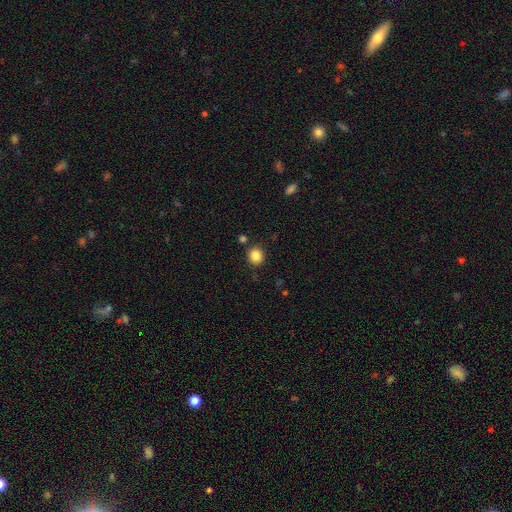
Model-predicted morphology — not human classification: A smooth galaxy with no disk features (85%) that is round (86%).

Vote fractions:
- Smooth or featured? smooth: 85% / star or artifact: 11% / featured or disk: 4%
- How rounded? round: 86% / in between: 13% / cigar-shaped: 1%
- Merging? none: 87% / minor disturbance: 7% / merger: 4% / major disturbance: 2%